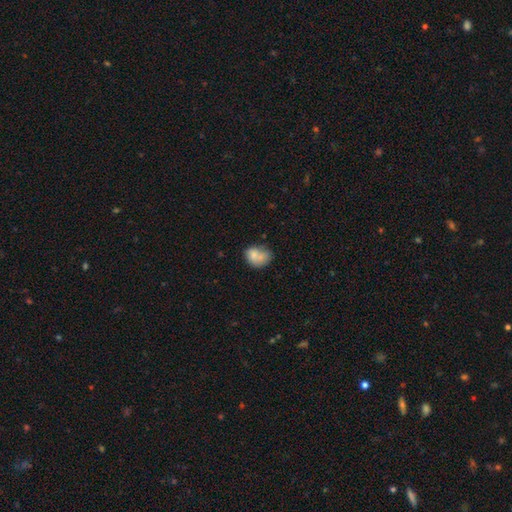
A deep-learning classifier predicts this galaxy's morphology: Smooth or featured?
  - smooth: 74% *
  - featured or disk: 17%
  - star or artifact: 9%
How rounded?
  - in between: 54% *
  - round: 45%
  - cigar-shaped: 1%
Merging?
  - none: 36% *
  - merger: 31%
  - minor disturbance: 23%
  - major disturbance: 11%